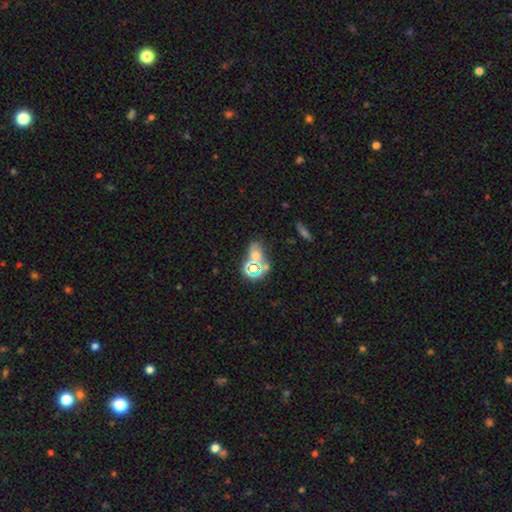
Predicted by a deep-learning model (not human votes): This appears to be a smooth galaxy with no disk features (44%). Merging: none (46%).